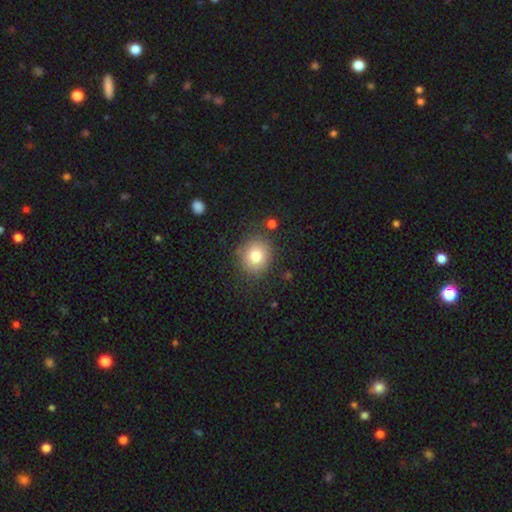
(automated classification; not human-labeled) Smooth or featured: smooth — 80% (star or artifact — 10%)
How rounded: round — 77% (in between — 22%)
Merging: none — 82% (minor disturbance — 11%)